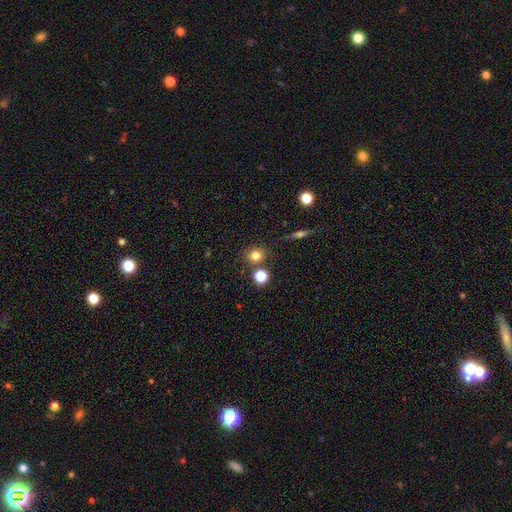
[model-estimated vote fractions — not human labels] smooth 78%, star or artifact 14%, featured or disk 8%. Down the decision tree: how rounded — round (85%); merging — none (80%).